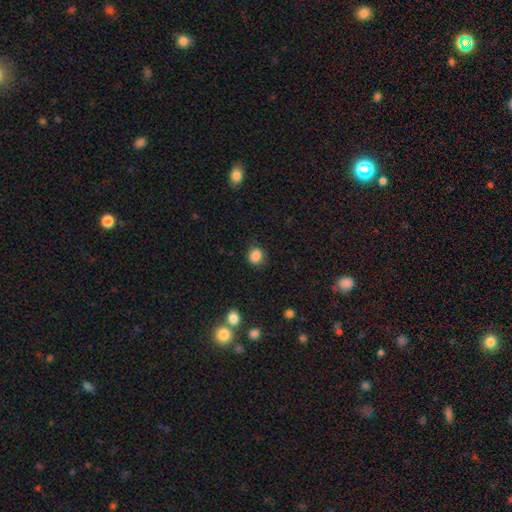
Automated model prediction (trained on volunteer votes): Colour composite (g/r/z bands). It shows a smooth galaxy with no disk features (86%) that is round (79%). Merging: none (84%).